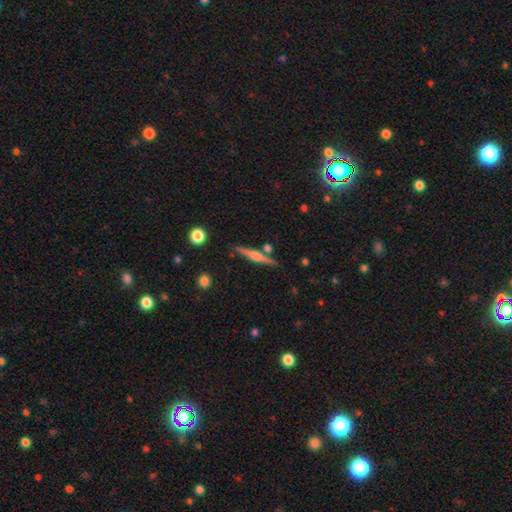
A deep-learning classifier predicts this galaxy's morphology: The model was most divided on "smooth or featured": featured or disk: 65%, smooth: 28%, star or artifact: 7%. More confident: edge-on disk — yes (97%); merging — none (82%); edge-on bulge — rounded (74%).